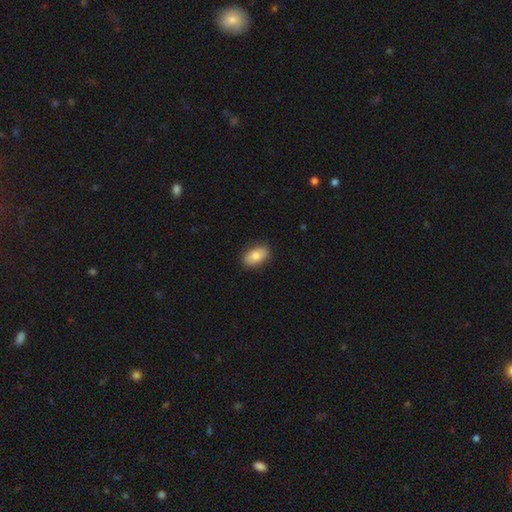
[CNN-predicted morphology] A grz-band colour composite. It shows a smooth galaxy with no disk features (80%) that is in between round and cigar-shaped (92%). Merging: none (87%).